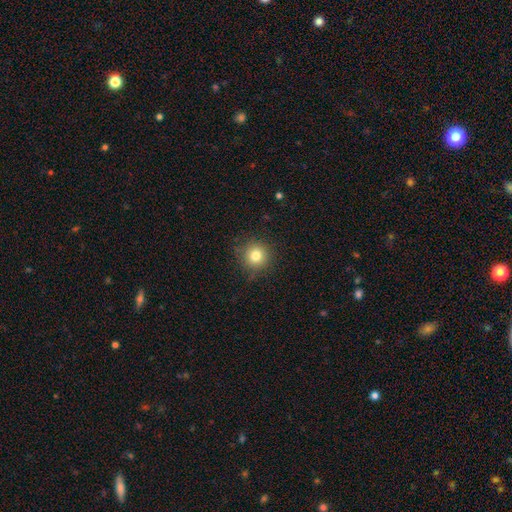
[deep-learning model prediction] The model was most divided on "smooth or featured": smooth: 80%, star or artifact: 13%, featured or disk: 8%. More confident: how rounded — round (94%); merging — none (87%).